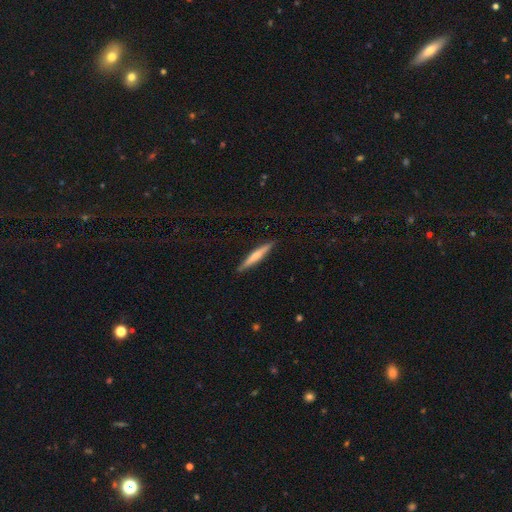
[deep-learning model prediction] Morphology: type=smooth (51%); roundness=cigar-shaped (94%); merging=none (89%).